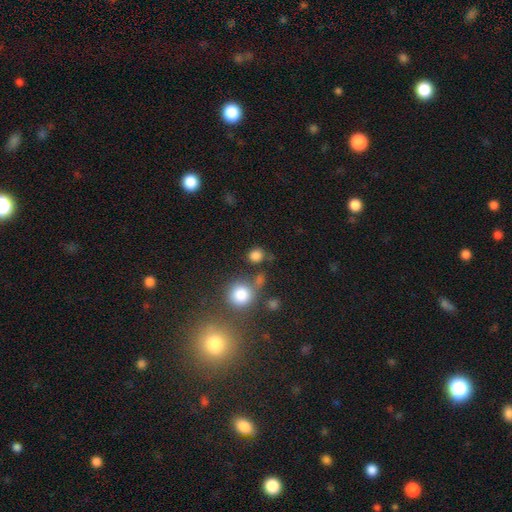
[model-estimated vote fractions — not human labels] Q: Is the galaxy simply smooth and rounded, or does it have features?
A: smooth — 81%.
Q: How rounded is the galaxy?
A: round — 83%.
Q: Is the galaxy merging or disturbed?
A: none — 72%.